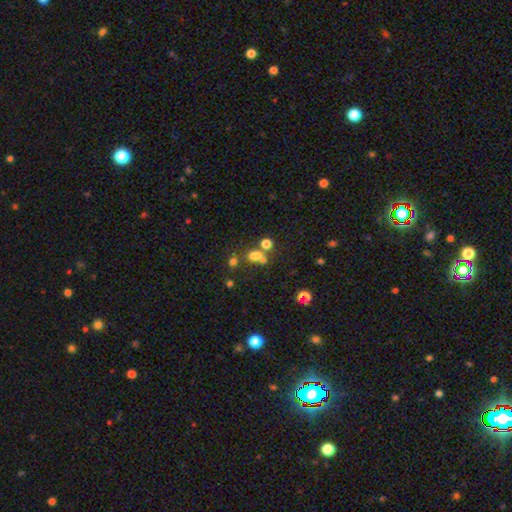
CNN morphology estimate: A smooth galaxy with no disk features (63%) that is round (49%, tied with in between). Merging: none (44%).